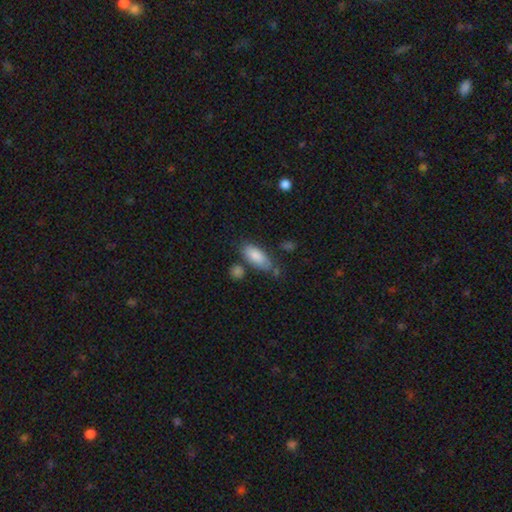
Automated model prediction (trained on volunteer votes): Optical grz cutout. It shows a smooth galaxy with no disk features (85%) that is in between round and cigar-shaped (83%). Merging: none (63%).